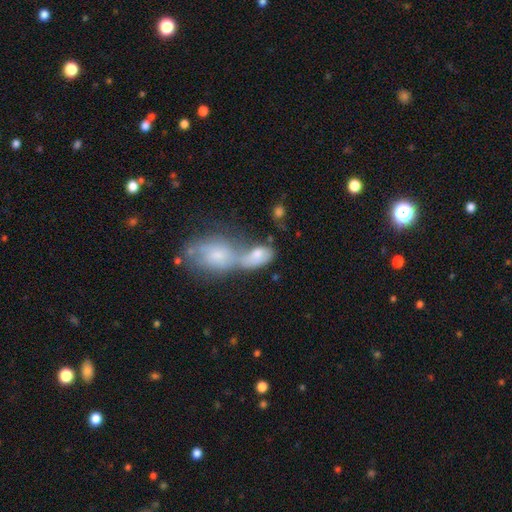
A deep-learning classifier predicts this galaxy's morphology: smooth-or-featured: smooth: 52% | featured or disk: 37% | star or artifact: 11%
  how-rounded: in between: 82% | round: 12% | cigar-shaped: 6%
  merging: merger: 66% | none: 18% | minor disturbance: 9% | major disturbance: 7%